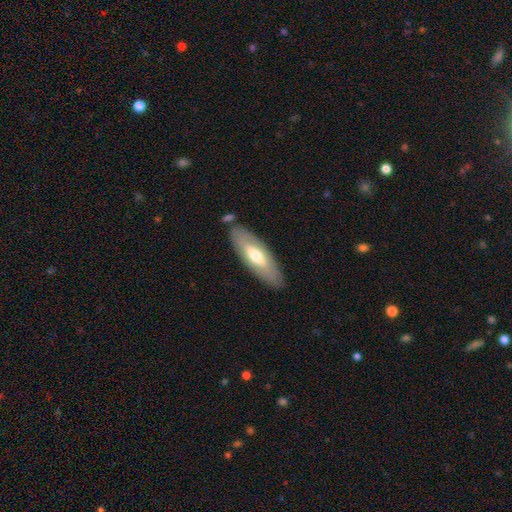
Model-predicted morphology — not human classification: This is possibly a smooth galaxy (53%). How rounded: possibly in between (59%). Merging: clearly none (81%).